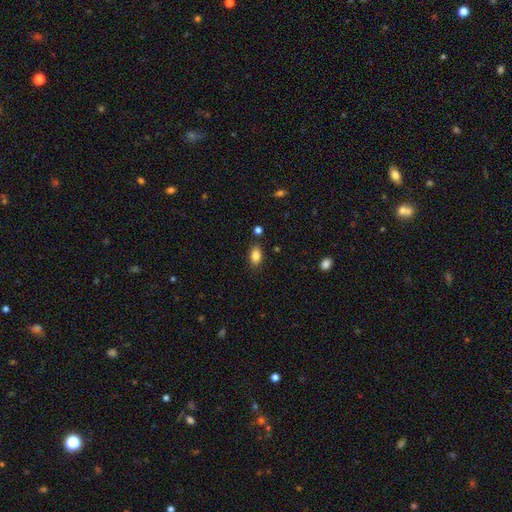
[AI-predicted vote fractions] smooth 85%, star or artifact 9%, featured or disk 7%. Down the decision tree: how rounded — in between (87%); merging — none (83%).